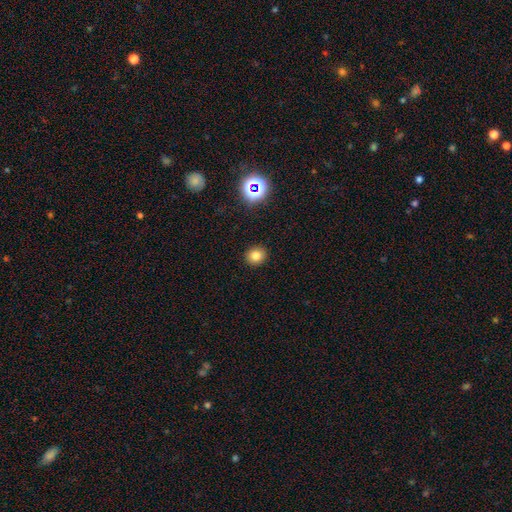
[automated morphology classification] smooth-or-featured: smooth: 79% | star or artifact: 15% | featured or disk: 7%
  how-rounded: round: 81% | in between: 18% | cigar-shaped: 1%
  merging: none: 91% | minor disturbance: 6% | major disturbance: 2% | merger: 1%